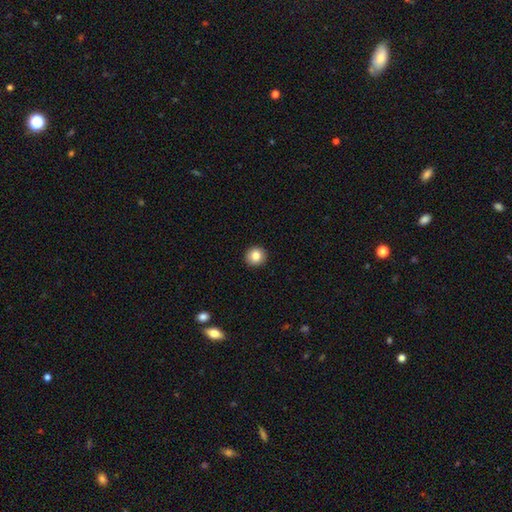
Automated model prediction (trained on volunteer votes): This is clearly a smooth galaxy (84%). How rounded: clearly round (92%). Merging: clearly none (93%).